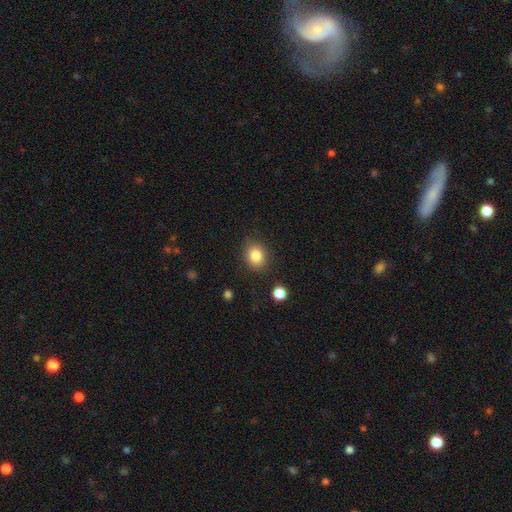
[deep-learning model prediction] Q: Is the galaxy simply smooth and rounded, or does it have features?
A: smooth — 84%.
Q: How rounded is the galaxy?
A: round — 61%.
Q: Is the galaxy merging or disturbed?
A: none — 83%.